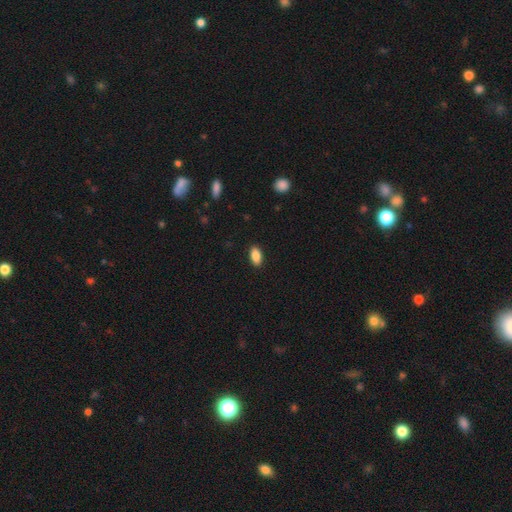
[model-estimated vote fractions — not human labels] A smooth galaxy with no disk features (87%) that is in between round and cigar-shaped (91%). Merging: none (89%).